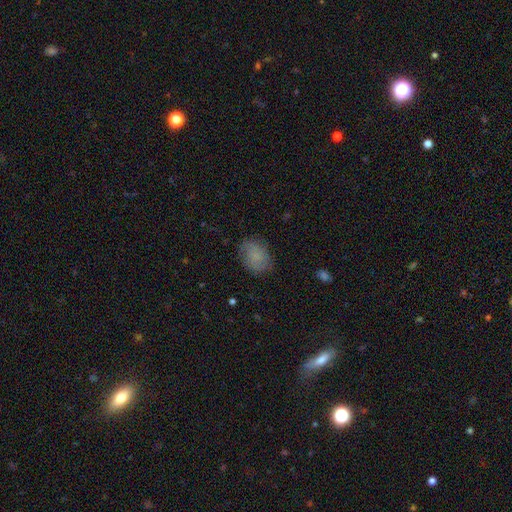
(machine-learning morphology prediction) A smooth galaxy with no disk features (78%) that is in between round and cigar-shaped (69%). Merging: none (77%).